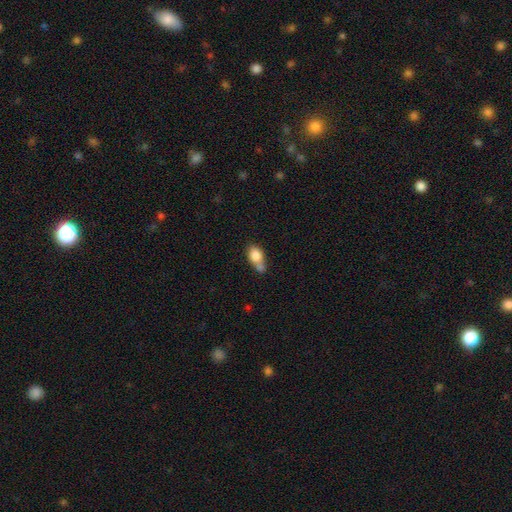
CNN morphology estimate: This appears to be a smooth galaxy with no disk features (80%) that is in between round and cigar-shaped (71%). Merging: merger (39%).